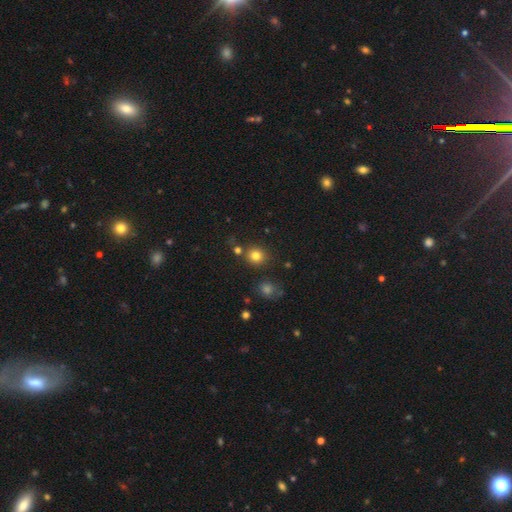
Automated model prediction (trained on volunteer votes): Smooth or featured? Predicted: smooth (p=0.79). How rounded? Predicted: round (p=0.86). Merging? Predicted: none (p=0.80).